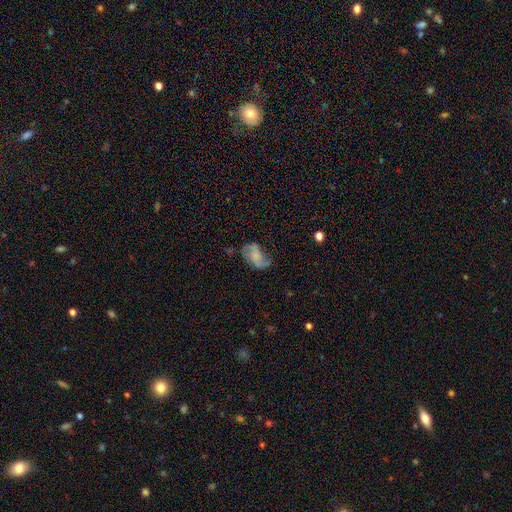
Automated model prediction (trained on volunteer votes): Overall: featured or disk (61%; smooth 30%). Edge-on disk: no (97%). Bar: no (65%; weak 28%). Spiral arms: yes (85%). Spiral arm count: 2 (82%). Spiral winding: loose (54%; medium 34%). Bulge size: none (41%; small 35%). Merging: none (50%; minor disturbance 27%).